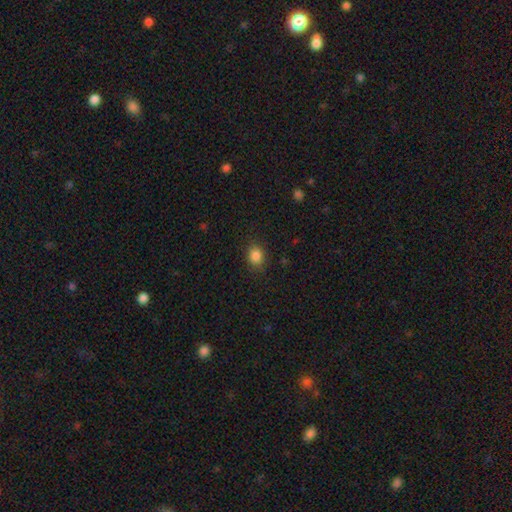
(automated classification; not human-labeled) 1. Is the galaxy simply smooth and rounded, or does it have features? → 85% smooth, 11% star or artifact, 4% featured or disk.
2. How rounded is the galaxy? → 60% round, 39% in between, 1% cigar-shaped.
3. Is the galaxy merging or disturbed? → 85% none, 11% minor disturbance, 3% major disturbance, 1% merger.